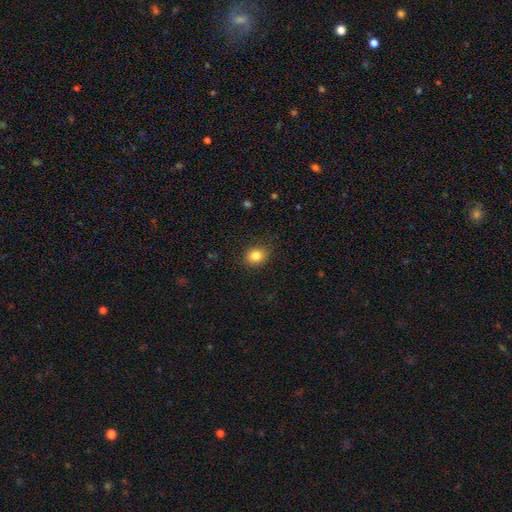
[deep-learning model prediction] Overall: smooth (83%). How rounded: round (56%; in between 43%). Merging: none (85%).